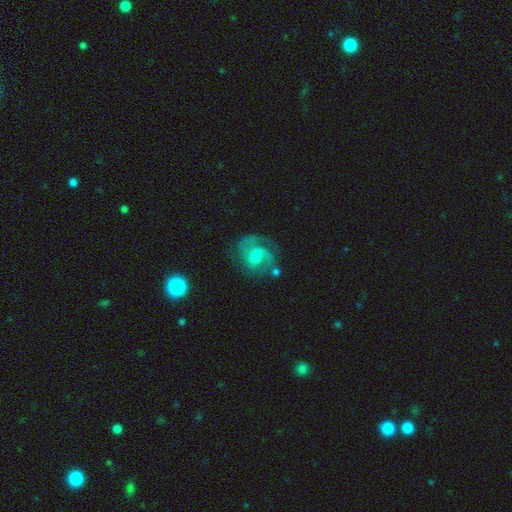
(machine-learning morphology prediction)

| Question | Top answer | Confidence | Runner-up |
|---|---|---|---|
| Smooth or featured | featured or disk | 83% | smooth (10%) |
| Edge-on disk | no | 98% | yes (2%) |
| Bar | weak | 53% | no (36%) |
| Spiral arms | yes | 96% | no (4%) |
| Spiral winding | medium | 53% | tight (32%) |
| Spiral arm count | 2 | 64% | 3 (13%) |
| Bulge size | small | 48% | moderate (39%) |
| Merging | none | 65% | minor disturbance (18%) |